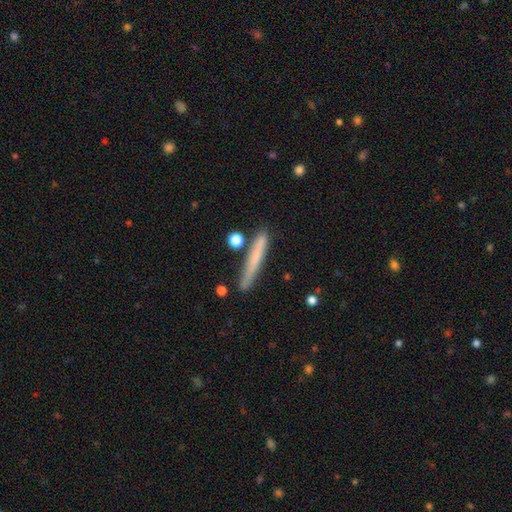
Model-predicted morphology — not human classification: smooth_or_featured: smooth (p=0.67) [alt: featured or disk p=0.26]
how_rounded: cigar-shaped (p=0.95) [alt: in between p=0.04]
merging: none (p=0.80) [alt: minor disturbance p=0.13]